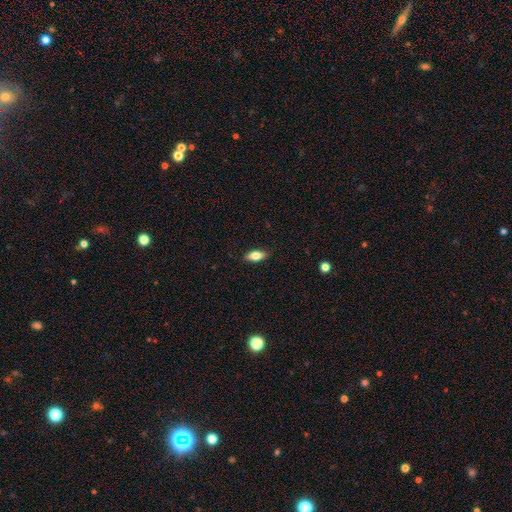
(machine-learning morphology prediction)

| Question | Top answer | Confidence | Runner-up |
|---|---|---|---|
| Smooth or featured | smooth | 74% | featured or disk (19%) |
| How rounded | in between | 82% | cigar-shaped (14%) |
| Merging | none | 88% | minor disturbance (9%) |